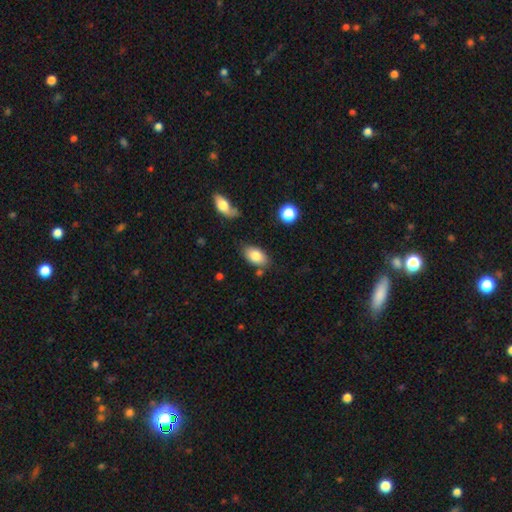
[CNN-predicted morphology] The model was most divided on "merging": none: 77%, minor disturbance: 14%, merger: 5%, major disturbance: 4%. More confident: how rounded — in between (92%); smooth or featured — smooth (83%).